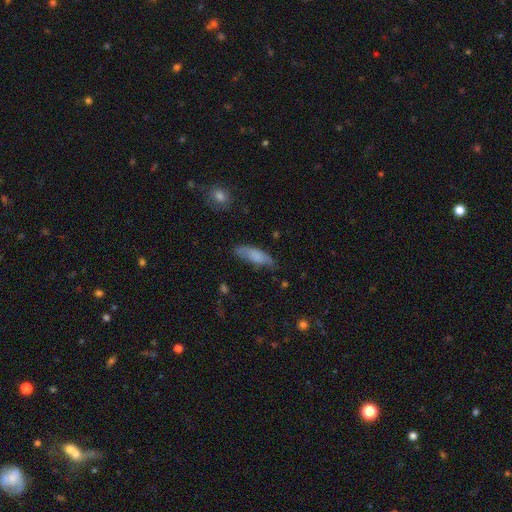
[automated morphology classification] Smooth or featured: smooth — 77% (featured or disk — 17%)
How rounded: in between — 53% (cigar-shaped — 45%)
Merging: none — 66% (minor disturbance — 26%)